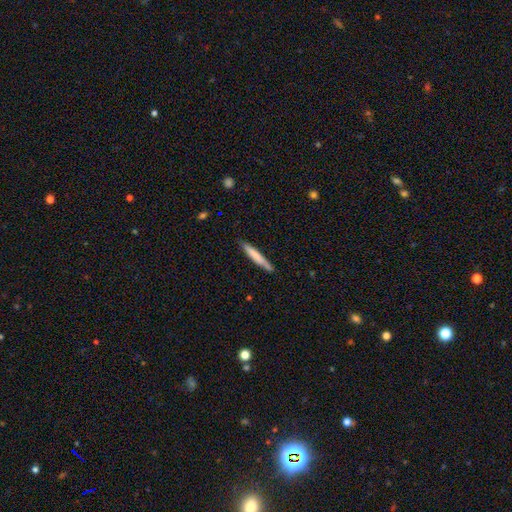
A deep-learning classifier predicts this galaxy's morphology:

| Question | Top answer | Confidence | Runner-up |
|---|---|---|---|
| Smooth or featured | smooth | 71% | featured or disk (24%) |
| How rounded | cigar-shaped | 95% | in between (4%) |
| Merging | none | 85% | minor disturbance (11%) |